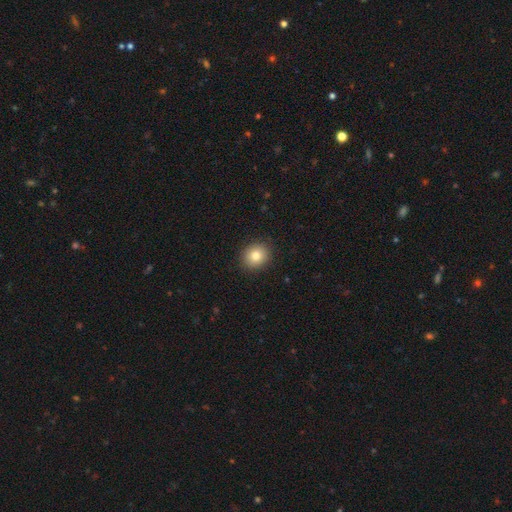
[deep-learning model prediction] Smooth or featured? Predicted: smooth (p=0.81). How rounded? Predicted: round (p=0.78). Merging? Predicted: none (p=0.90).